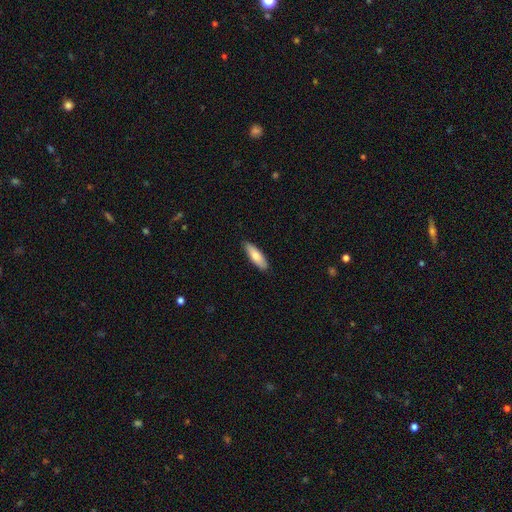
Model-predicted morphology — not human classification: type=smooth (77%); roundness=in between (50%); merging=none (87%).